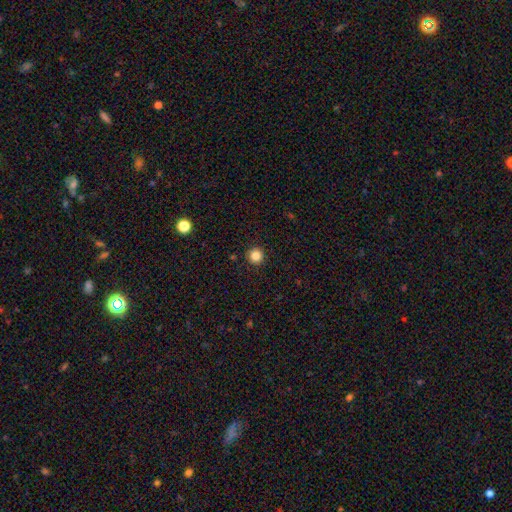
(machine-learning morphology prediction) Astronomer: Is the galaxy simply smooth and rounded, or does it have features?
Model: smooth — 85%.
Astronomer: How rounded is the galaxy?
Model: round — 96%.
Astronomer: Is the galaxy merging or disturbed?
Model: none — 93%.